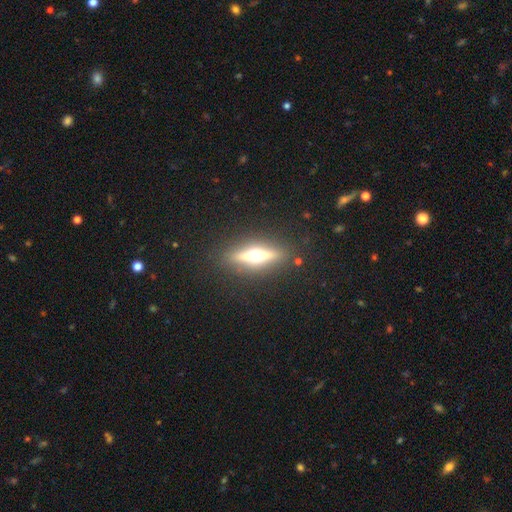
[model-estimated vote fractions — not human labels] This is likely a featured or disk galaxy (71%). It is clearly viewed edge-on (94%). Edge-on bulge: clearly rounded (95%). Merging: clearly none (88%).